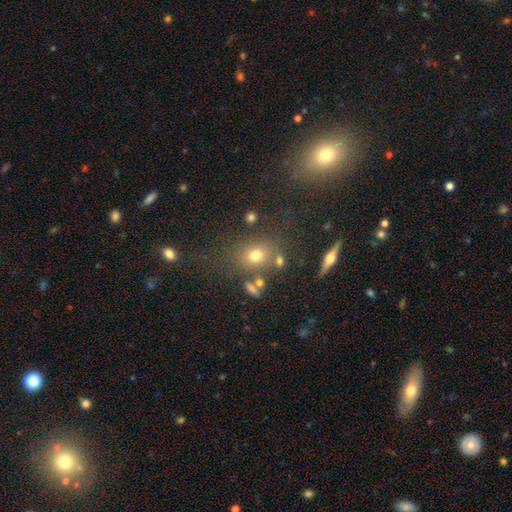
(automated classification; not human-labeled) Q: Smooth or featured?
A: smooth (68%); runner-up: star or artifact (18%)
Q: How rounded?
A: round (56%); runner-up: in between (42%)
Q: Merging?
A: none (68%); runner-up: minor disturbance (14%)